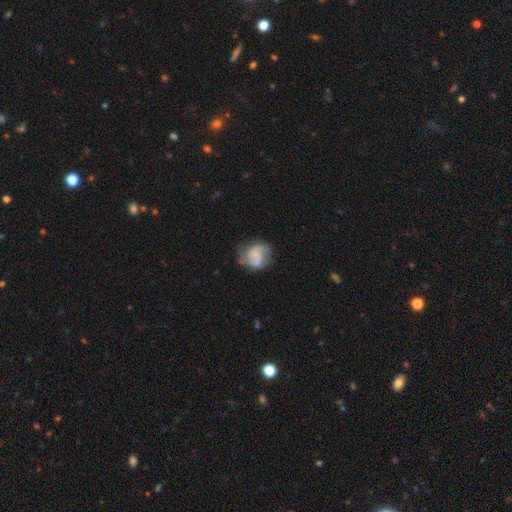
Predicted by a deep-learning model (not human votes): A featured or disk galaxy (58%) with no bar (60%), spiral arms (84%) and no central bulge (46%). Merging: none (57%).